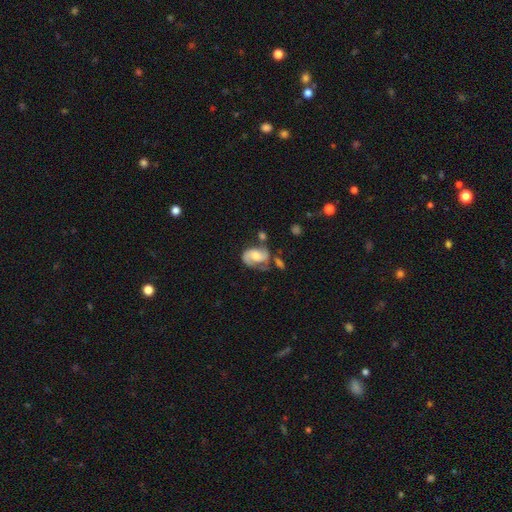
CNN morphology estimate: type=featured or disk (74%); edge-on=no (98%); bar=no (55%); spiral arms=yes (93%); winding=medium (49%); arm count=2 (79%); bulge=moderate (46%); merging=none (44%).